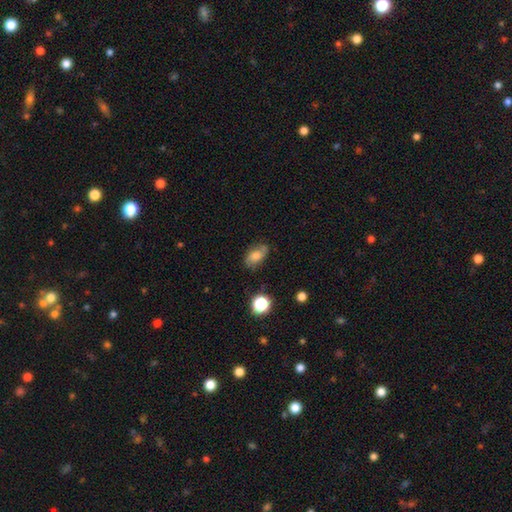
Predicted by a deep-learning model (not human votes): Overall: smooth (65%). How rounded: in between (85%). Merging: none (66%).